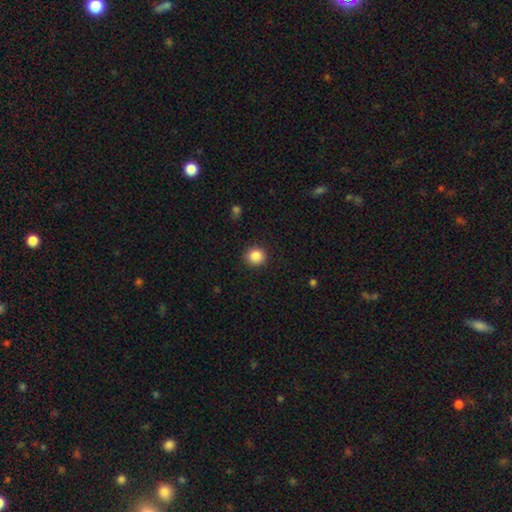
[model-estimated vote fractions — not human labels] This appears to be a smooth galaxy with no disk features (87%) that is round (90%). Merging: none (91%).